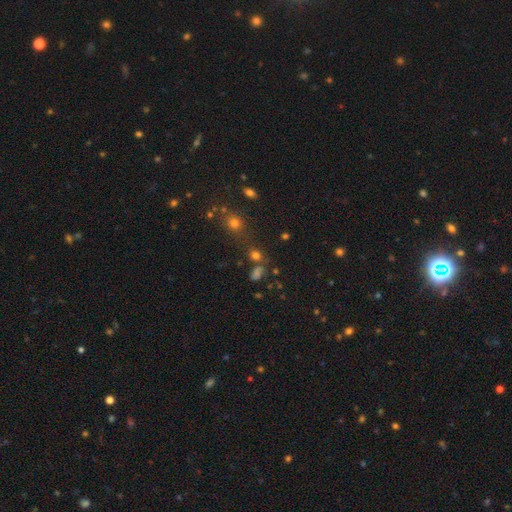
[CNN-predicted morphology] Q: Smooth or featured?
A: smooth (56%); runner-up: star or artifact (35%)
Q: How rounded?
A: round (48%); tied with: in between (48%)
Q: Merging?
A: none (60%); runner-up: merger (21%)